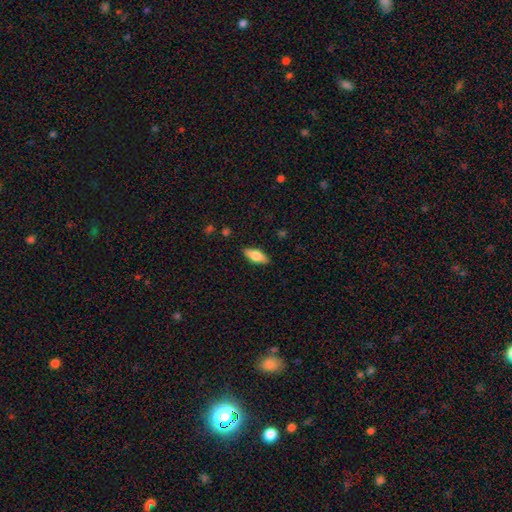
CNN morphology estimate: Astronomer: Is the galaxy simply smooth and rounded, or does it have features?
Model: smooth — 73%.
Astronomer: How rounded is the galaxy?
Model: in between — 76%.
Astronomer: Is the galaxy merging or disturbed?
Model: none — 87%.